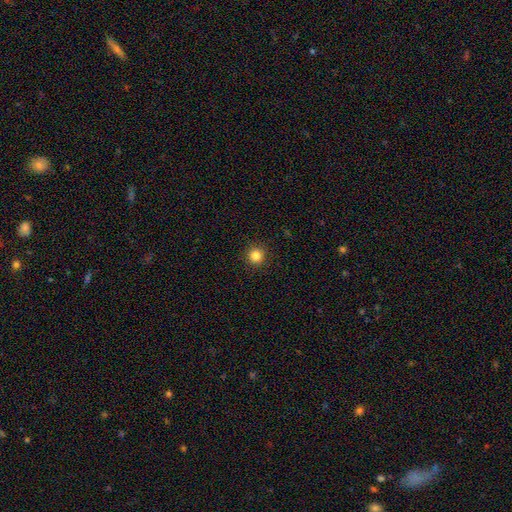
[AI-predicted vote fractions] smooth-or-featured: smooth: 84% | star or artifact: 12% | featured or disk: 5%
  how-rounded: round: 95% | in between: 4% | cigar-shaped: 1%
  merging: none: 92% | minor disturbance: 5% | major disturbance: 2% | merger: 1%